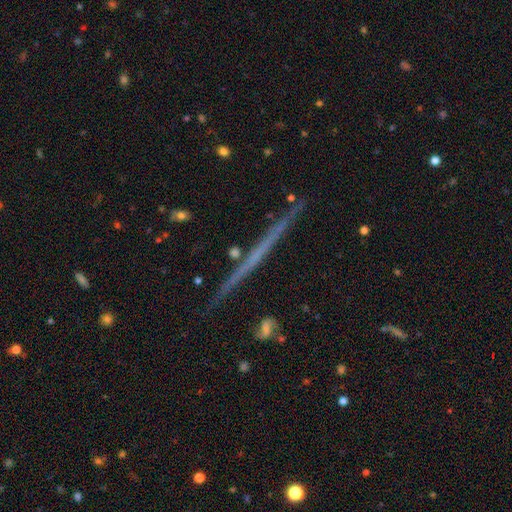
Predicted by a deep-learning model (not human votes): Smooth or featured? Predicted: featured or disk (p=0.64). Edge-on disk? Predicted: yes (p=0.98). Edge-on bulge? Predicted: none (p=0.91). Merging? Predicted: none (p=0.91).